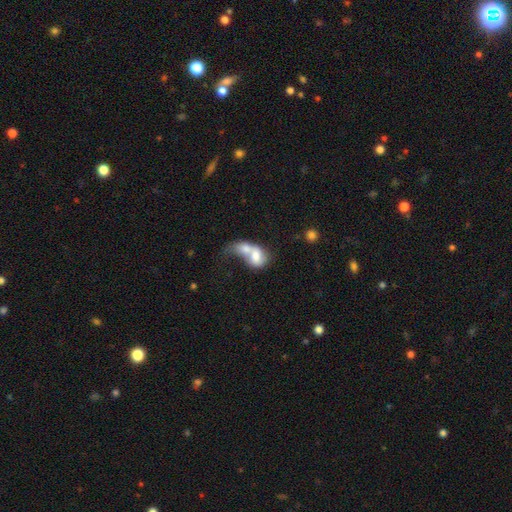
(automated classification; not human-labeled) Q: Smooth or featured?
A: smooth (64%); runner-up: featured or disk (28%)
Q: How rounded?
A: in between (66%); runner-up: round (31%)
Q: Merging?
A: merger (80%); runner-up: major disturbance (9%)